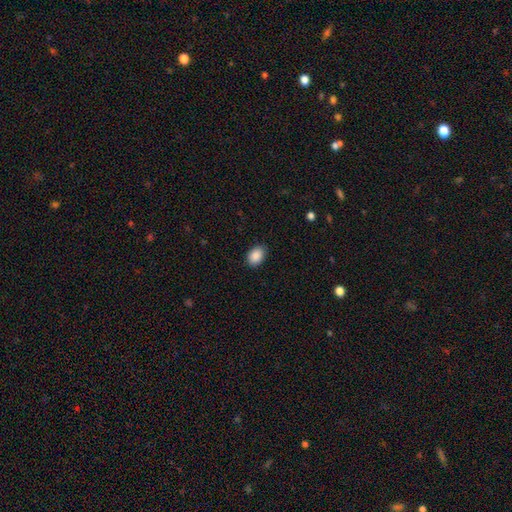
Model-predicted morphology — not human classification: smooth_or_featured: smooth (p=0.90) [alt: star or artifact p=0.08]
how_rounded: in between (p=0.78) [alt: round p=0.21]
merging: none (p=0.87) [alt: minor disturbance p=0.09]